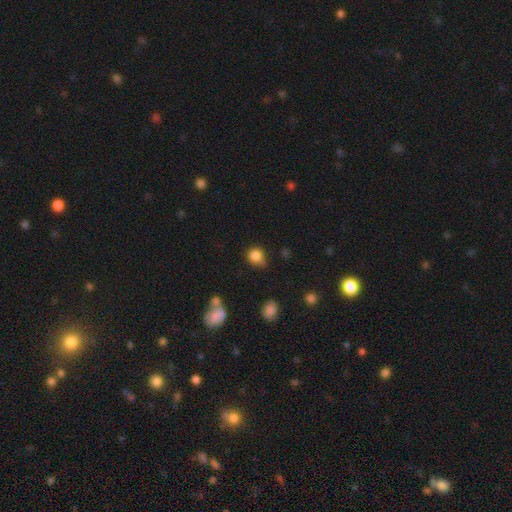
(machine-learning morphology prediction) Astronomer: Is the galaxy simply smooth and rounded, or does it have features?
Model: smooth — 83%.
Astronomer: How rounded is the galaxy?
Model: round — 78%.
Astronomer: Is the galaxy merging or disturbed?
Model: none — 58%.